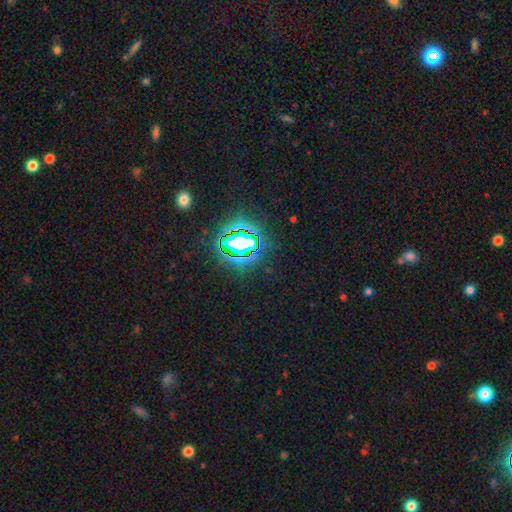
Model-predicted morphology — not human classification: This is clearly a star or artifact rather than a galaxy (83%).